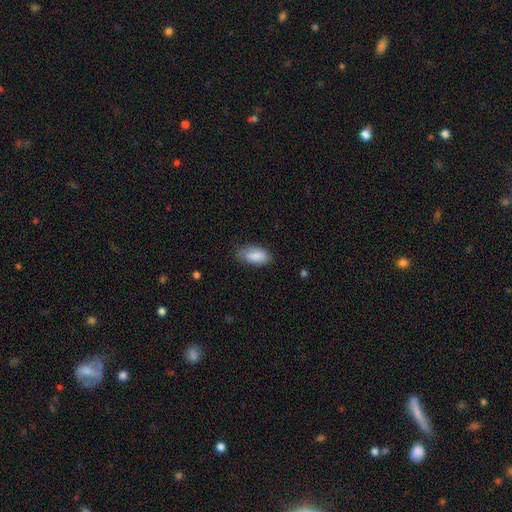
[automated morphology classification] smooth 87%, star or artifact 7%, featured or disk 6%. Down the decision tree: how rounded — in between (90%); merging — none (70%).